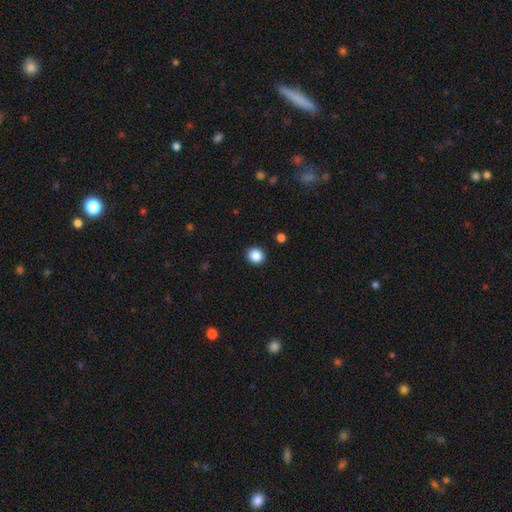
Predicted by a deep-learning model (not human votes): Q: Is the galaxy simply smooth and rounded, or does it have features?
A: smooth — 87%.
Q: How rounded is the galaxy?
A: round — 84%.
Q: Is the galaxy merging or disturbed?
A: none — 92%.